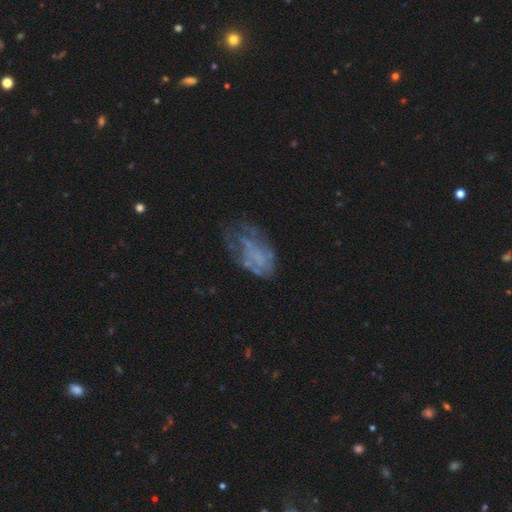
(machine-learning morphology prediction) smooth-or-featured: featured or disk: 56% | smooth: 29% | star or artifact: 15%
  disk-edge-on: no: 97% | yes: 3%
    bar: no: 88% | weak: 9% | strong: 3%
    has-spiral-arms: no: 78% | yes: 22%
    bulge-size: none: 79% | small: 10% | moderate: 7% | large: 3% | dominant: 1%
  merging: none: 41% | major disturbance: 30% | minor disturbance: 24% | merger: 4%